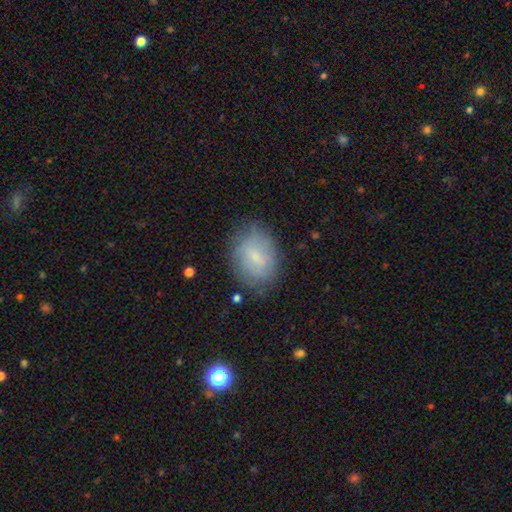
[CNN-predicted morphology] A smooth galaxy with no disk features (64%) that is in between round and cigar-shaped (72%).

Vote fractions:
- Smooth or featured? smooth: 64% / featured or disk: 28% / star or artifact: 9%
- How rounded? in between: 72% / round: 27% / cigar-shaped: 1%
- Merging? none: 73% / minor disturbance: 19% / major disturbance: 6% / merger: 2%